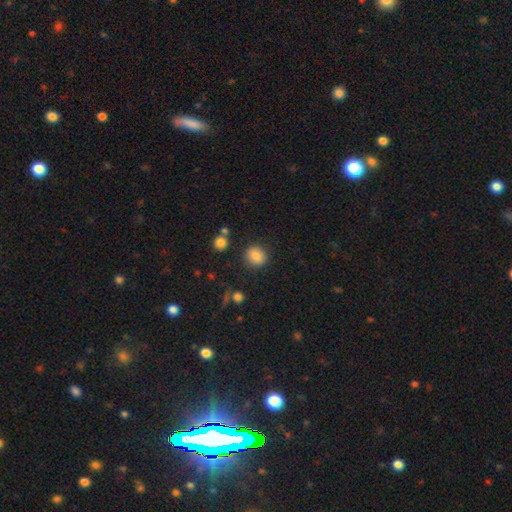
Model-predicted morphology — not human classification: Q: Smooth or featured?
A: smooth (84%); runner-up: star or artifact (10%)
Q: How rounded?
A: round (79%); runner-up: in between (20%)
Q: Merging?
A: none (86%); runner-up: minor disturbance (8%)